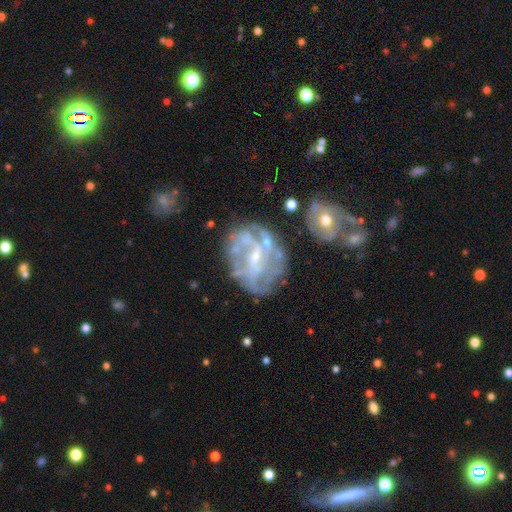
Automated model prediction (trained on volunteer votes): Smooth or featured?
  - featured or disk: 76% *
  - smooth: 14%
  - star or artifact: 10%
Edge-on disk?
  - no: 97% *
  - yes: 3%
Bar?
  - weak: 42% *
  - no: 37%
  - strong: 20%
Spiral arms?
  - yes: 55% *
  - no: 45%
Bulge size?
  - small: 64% *
  - moderate: 25%
  - none: 9%
  - large: 2%
  - dominant: 1%
Merging?
  - none: 56% *
  - minor disturbance: 19%
  - major disturbance: 14%
  - merger: 11%